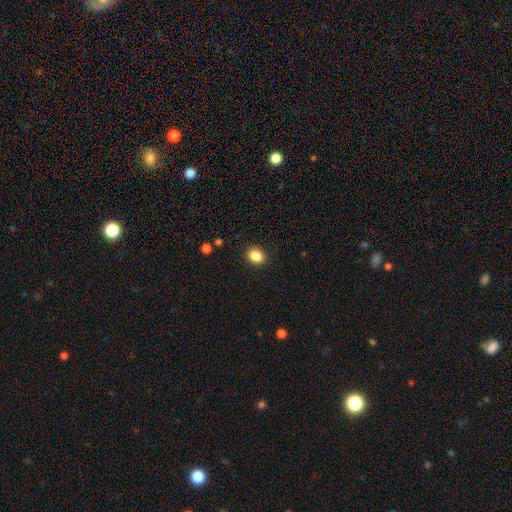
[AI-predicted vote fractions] This is clearly a smooth galaxy (86%). How rounded: possibly in between (54%). Merging: clearly none (90%).